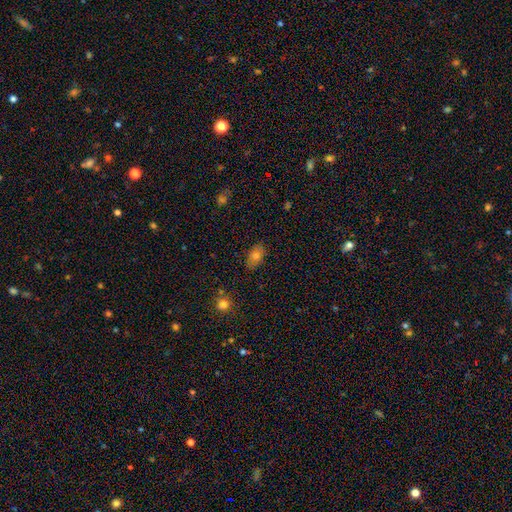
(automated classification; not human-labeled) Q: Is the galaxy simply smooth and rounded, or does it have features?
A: smooth — 74%.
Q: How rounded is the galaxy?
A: in between — 85%.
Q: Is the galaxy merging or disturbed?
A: none — 84%.